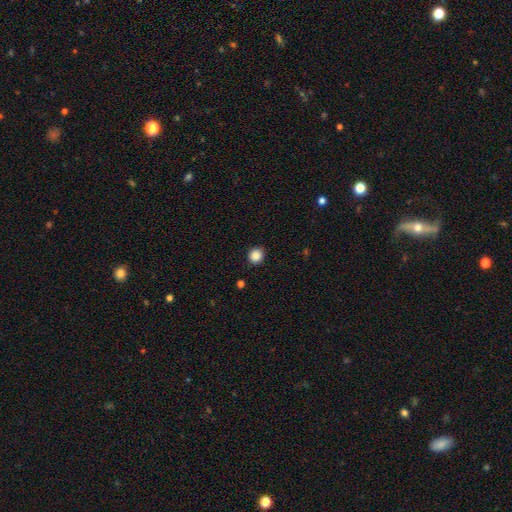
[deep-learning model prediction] This appears to be a smooth galaxy with no disk features (87%) that is round (89%). Merging: none (90%).